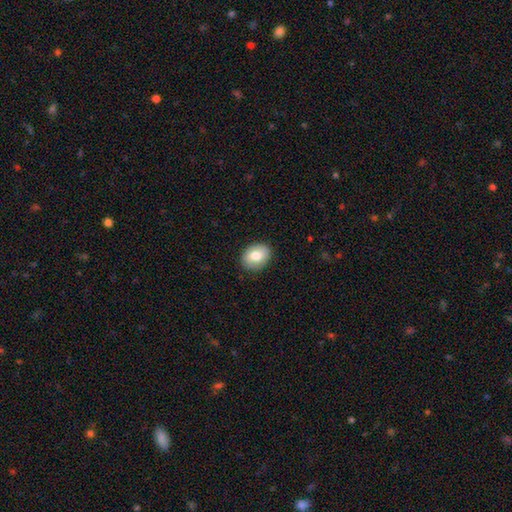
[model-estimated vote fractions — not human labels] Smooth or featured? Predicted: smooth (p=0.76). How rounded? Predicted: in between (p=0.65). Merging? Predicted: none (p=0.87).